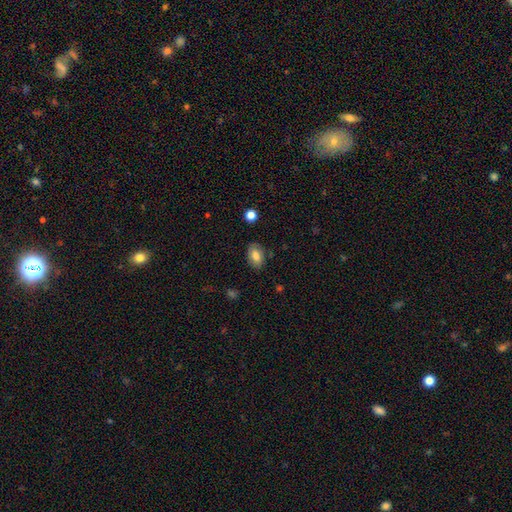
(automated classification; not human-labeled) Morphology: type=smooth (80%); roundness=in between (89%); merging=none (82%).